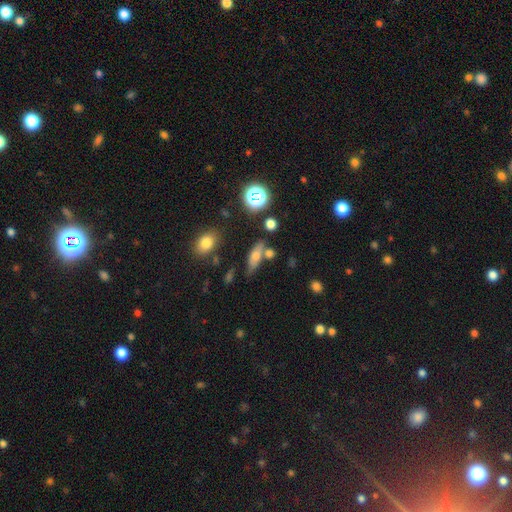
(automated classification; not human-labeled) Smooth or featured?
  - smooth: 57% *
  - featured or disk: 29%
  - star or artifact: 14%
How rounded?
  - in between: 53% *
  - cigar-shaped: 39%
  - round: 8%
Merging?
  - none: 59% *
  - merger: 18%
  - minor disturbance: 17%
  - major disturbance: 6%